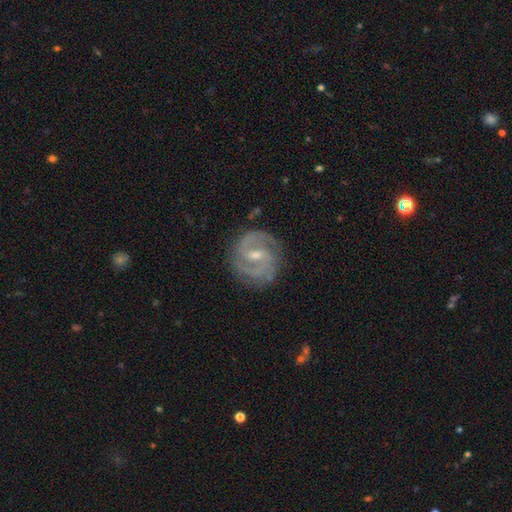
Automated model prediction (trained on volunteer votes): smooth_or_featured: featured or disk (p=0.90) [alt: smooth p=0.05]
disk_edge_on: no (p=0.98) [alt: yes p=0.02]
bar: weak (p=0.54) [alt: strong p=0.28]
has_spiral_arms: yes (p=0.98) [alt: no p=0.02]
spiral_winding: medium (p=0.53) [alt: tight p=0.37]
spiral_arm_count: 2 (p=0.83) [alt: 3 p=0.08]
bulge_size: small (p=0.54) [alt: moderate p=0.42]
merging: none (p=0.82) [alt: minor disturbance p=0.13]